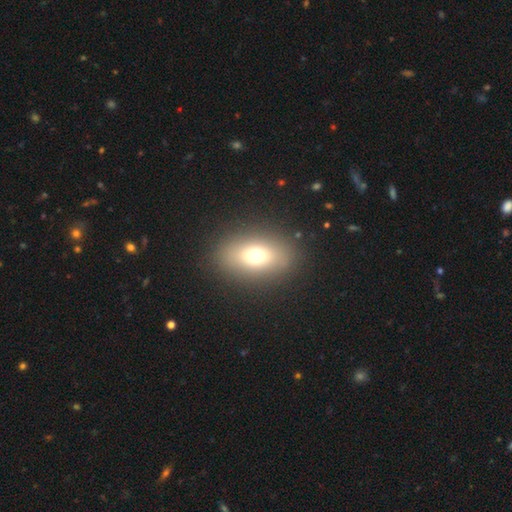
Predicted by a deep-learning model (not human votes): A smooth galaxy with no disk features (69%) that is in between round and cigar-shaped (78%). Merging: none (87%).